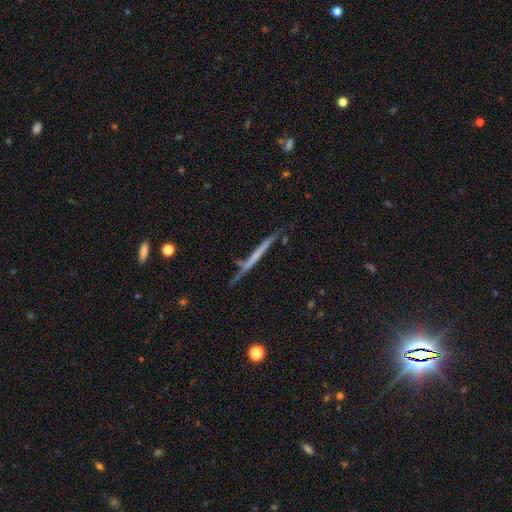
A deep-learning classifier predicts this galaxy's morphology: This appears to be a featured or disk galaxy (56%) viewed edge-on (95%) with no central bulge (89%). Merging: none (78%).